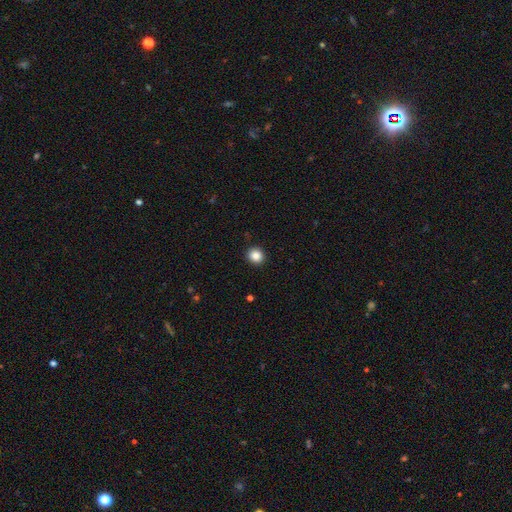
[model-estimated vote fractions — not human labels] smooth-or-featured: smooth: 86% | star or artifact: 10% | featured or disk: 4%
  how-rounded: round: 91% | in between: 8% | cigar-shaped: 1%
  merging: none: 92% | minor disturbance: 5% | major disturbance: 2% | merger: 1%